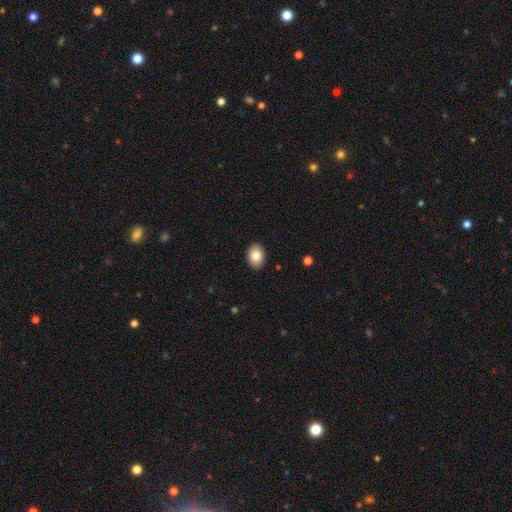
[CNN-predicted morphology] type=smooth (83%); roundness=in between (80%); merging=none (90%).